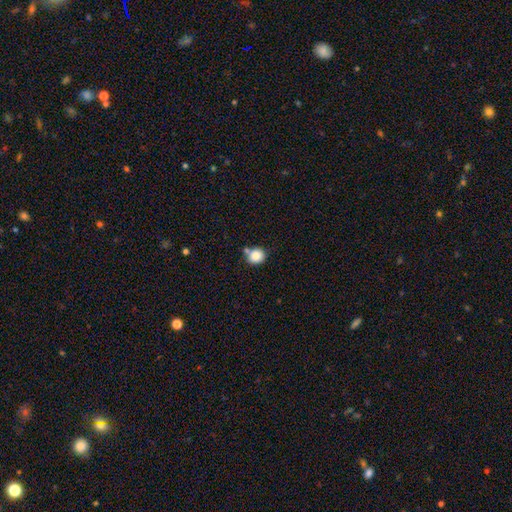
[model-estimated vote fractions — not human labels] Q: Smooth or featured?
A: smooth (85%); runner-up: star or artifact (10%)
Q: How rounded?
A: round (88%); runner-up: in between (11%)
Q: Merging?
A: none (67%); runner-up: merger (16%)